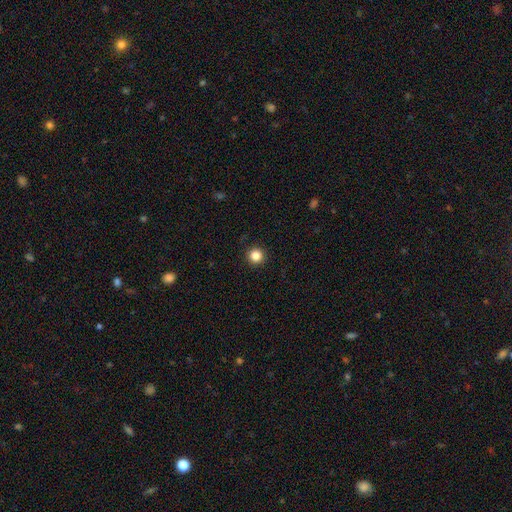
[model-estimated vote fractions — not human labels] Smooth or featured? smooth (85%)
How rounded? round (96%)
Merging? none (93%)